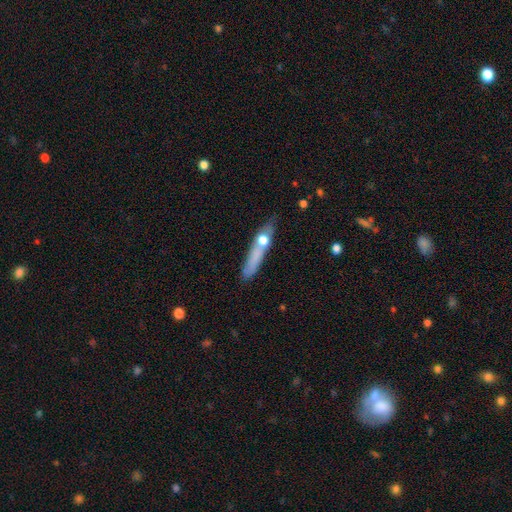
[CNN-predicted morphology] Smooth or featured? Predicted: smooth (p=0.54). How rounded? Predicted: cigar-shaped (p=0.86). Merging? Predicted: none (p=0.62).